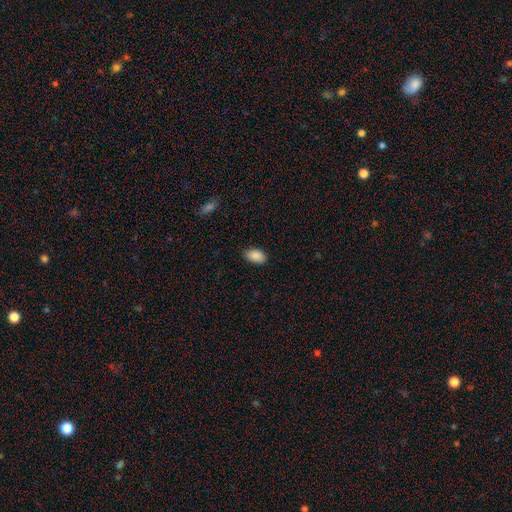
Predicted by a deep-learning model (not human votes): Morphology: type=smooth (89%); roundness=in between (93%); merging=none (85%).